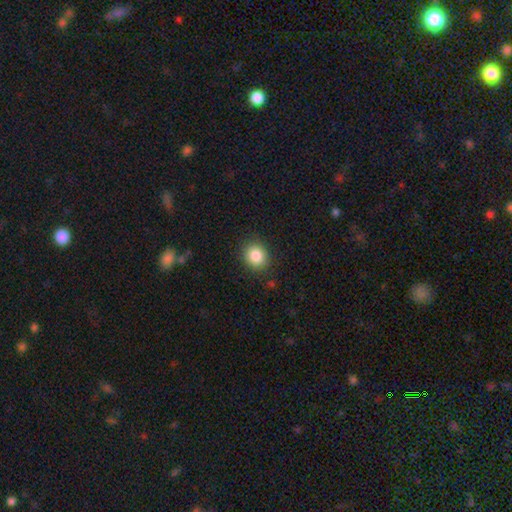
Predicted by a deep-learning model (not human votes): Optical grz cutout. It shows a smooth galaxy with no disk features (85%) that is round (76%). Merging: none (88%).